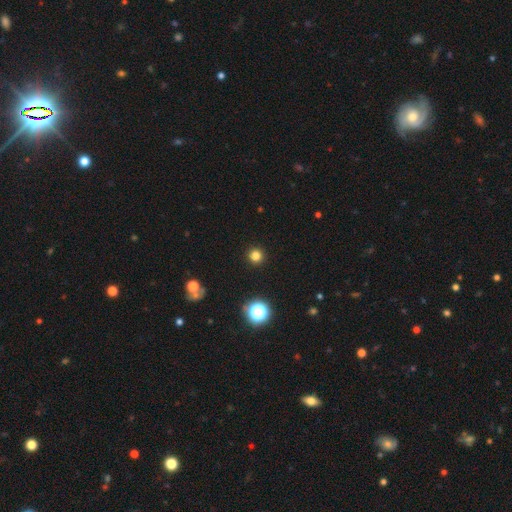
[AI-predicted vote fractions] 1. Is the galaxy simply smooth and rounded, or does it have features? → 80% smooth, 16% star or artifact, 4% featured or disk.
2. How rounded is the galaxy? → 96% round, 3% in between, 1% cigar-shaped.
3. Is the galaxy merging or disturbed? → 93% none, 4% minor disturbance, 2% major disturbance, 1% merger.